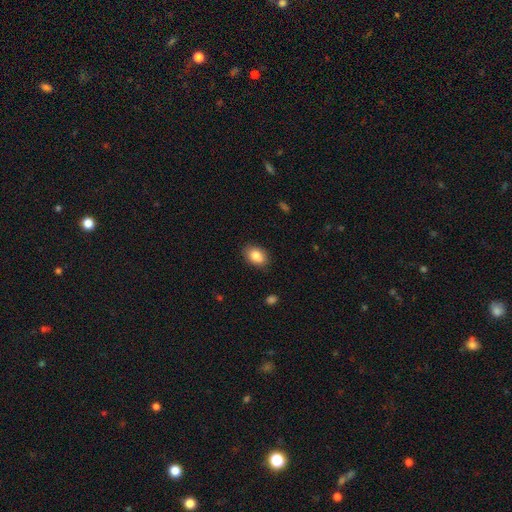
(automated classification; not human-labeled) Smooth or featured: smooth — 85% (featured or disk — 8%)
How rounded: in between — 83% (round — 15%)
Merging: none — 85% (minor disturbance — 11%)